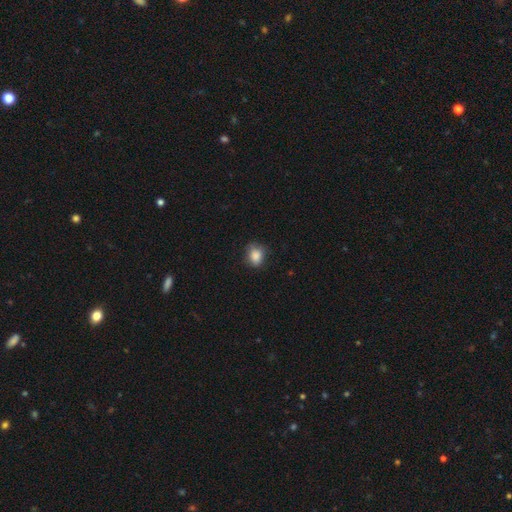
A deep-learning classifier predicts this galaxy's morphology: This is clearly a smooth galaxy (85%). How rounded: possibly round (53%). Merging: likely none (66%).